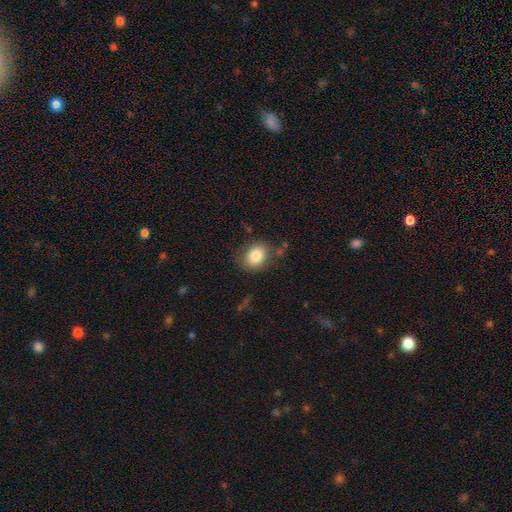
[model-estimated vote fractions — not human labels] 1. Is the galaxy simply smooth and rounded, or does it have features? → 81% smooth, 10% featured or disk, 9% star or artifact.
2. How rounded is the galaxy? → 51% in between, 48% round, 1% cigar-shaped.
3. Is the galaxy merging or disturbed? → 78% none, 15% minor disturbance, 5% major disturbance, 3% merger.